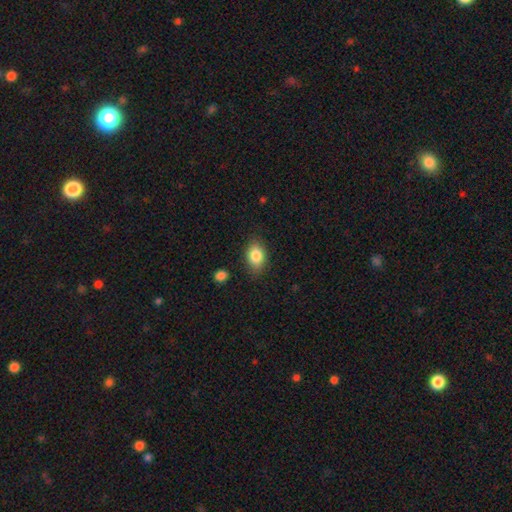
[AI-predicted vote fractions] Q: Smooth or featured?
A: smooth (84%); runner-up: featured or disk (8%)
Q: How rounded?
A: in between (79%); runner-up: round (19%)
Q: Merging?
A: none (80%); runner-up: minor disturbance (14%)